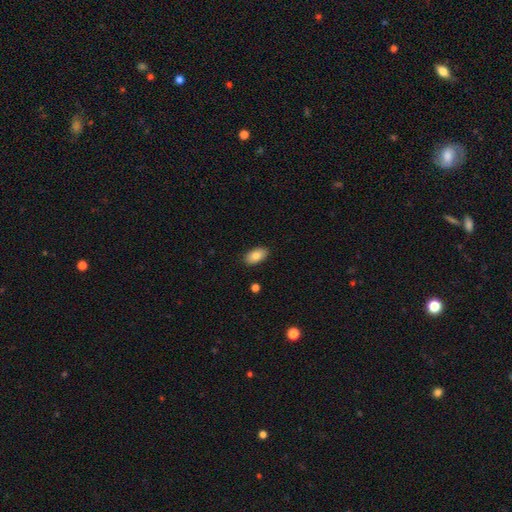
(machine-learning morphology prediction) The model was most divided on "smooth or featured": smooth: 85%, featured or disk: 8%, star or artifact: 7%. More confident: how rounded — in between (94%); merging — none (89%).